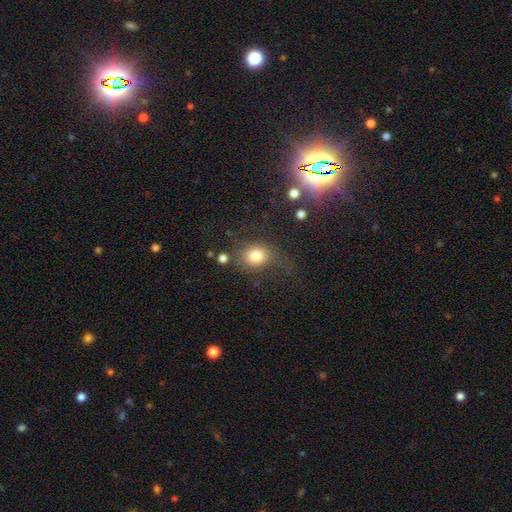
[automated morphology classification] This appears to be a smooth galaxy with no disk features (78%) that is round (63%). Merging: none (60%).